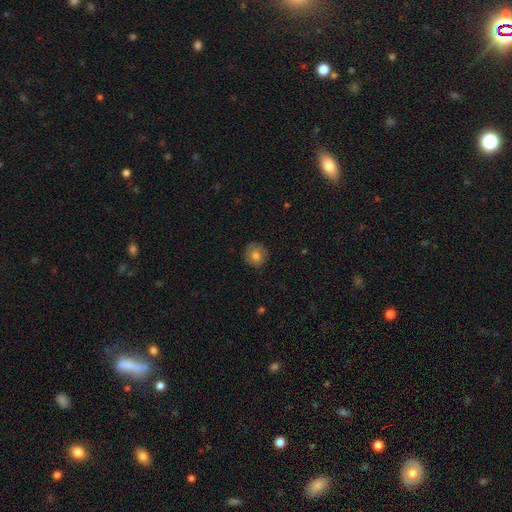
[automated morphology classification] smooth_or_featured: smooth (p=0.73) [alt: featured or disk p=0.18]
how_rounded: round (p=0.91) [alt: in between p=0.09]
merging: none (p=0.83) [alt: minor disturbance p=0.13]